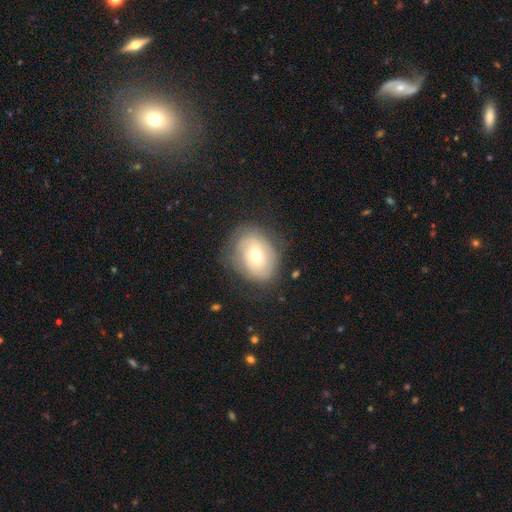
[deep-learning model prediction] A featured or disk galaxy (55%) with no bar (49%), spiral arms (64%) and a moderate central bulge (65%).

Vote fractions:
- Smooth or featured? featured or disk: 55% / smooth: 37% / star or artifact: 8%
- Edge-on disk? no: 95% / yes: 5%
- Bar? no: 49% / weak: 39% / strong: 11%
- Spiral arms? yes: 64% / no: 36%
- Bulge size? moderate: 65% / small: 29% / large: 5% / dominant: 1% / none: 1%
- Merging? none: 75% / minor disturbance: 17% / major disturbance: 7% / merger: 1%